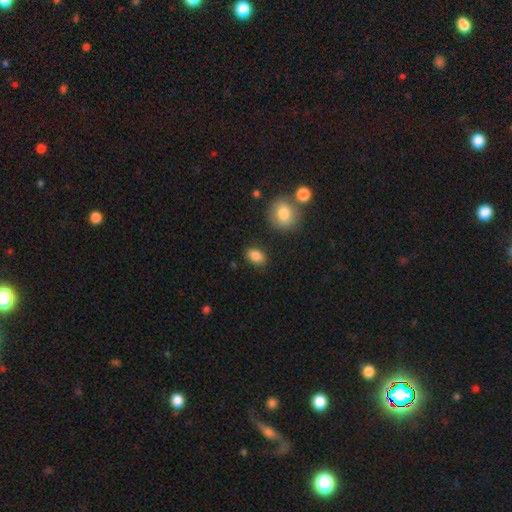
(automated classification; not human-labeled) The model was most divided on "how rounded": in between: 80%, round: 18%, cigar-shaped: 2%. More confident: smooth or featured — smooth (86%); merging — none (82%).